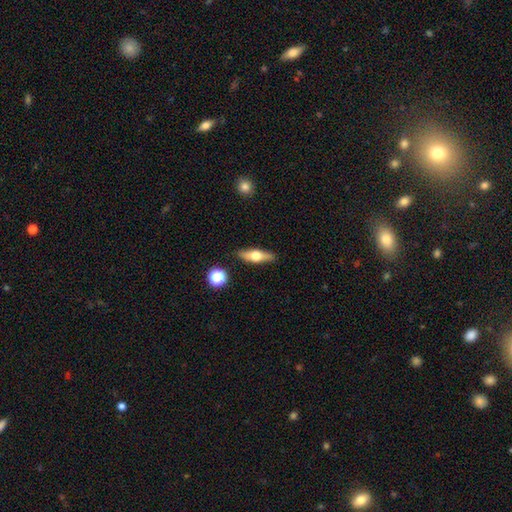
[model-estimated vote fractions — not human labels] Smooth or featured? Predicted: featured or disk (p=0.48). Merging? Predicted: none (p=0.87).